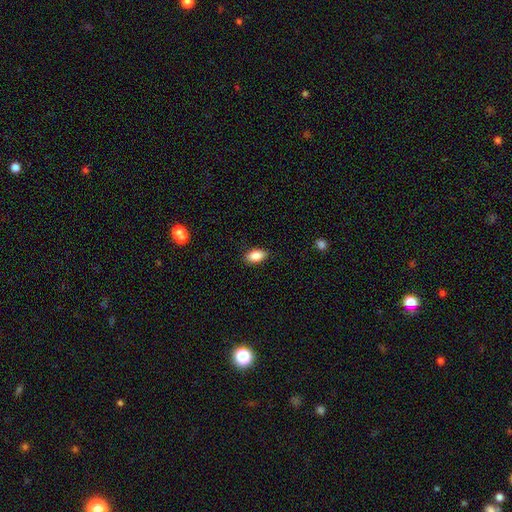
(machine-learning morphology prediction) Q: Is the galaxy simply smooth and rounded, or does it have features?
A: smooth — 87%.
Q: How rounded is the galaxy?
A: in between — 91%.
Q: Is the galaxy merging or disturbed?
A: none — 86%.